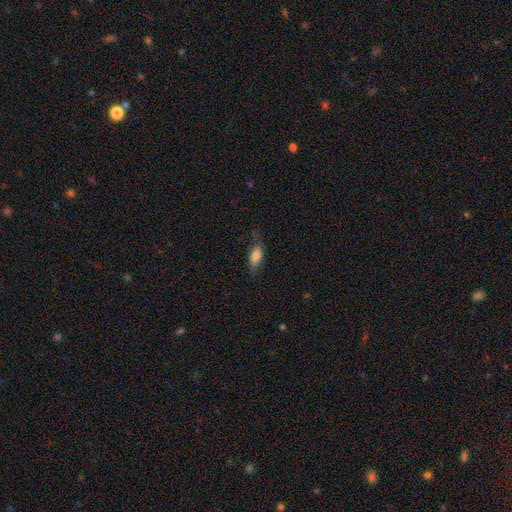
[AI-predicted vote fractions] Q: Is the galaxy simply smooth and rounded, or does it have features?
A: smooth — 71%.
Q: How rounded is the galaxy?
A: in between — 73%.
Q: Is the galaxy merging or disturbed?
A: none — 60%.